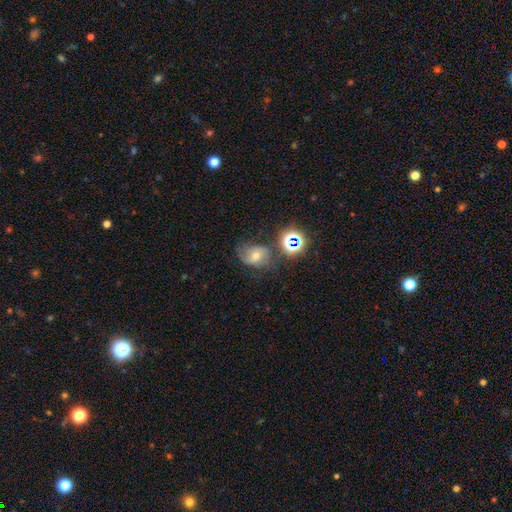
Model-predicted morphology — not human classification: Overall: featured or disk (43%; smooth 33%). Merging: none (54%; minor disturbance 26%).